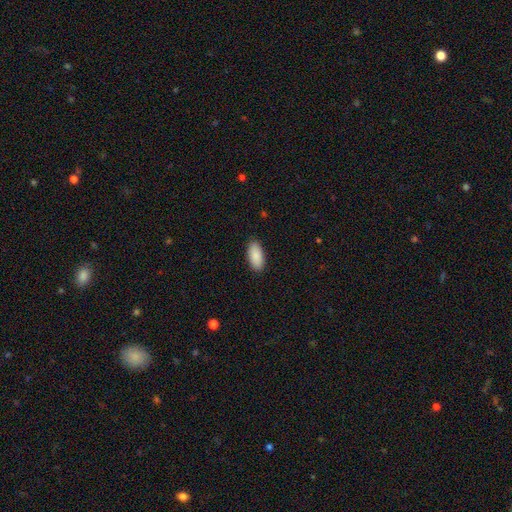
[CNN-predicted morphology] A smooth galaxy with no disk features (90%) that is in between round and cigar-shaped (92%). Merging: none (89%).